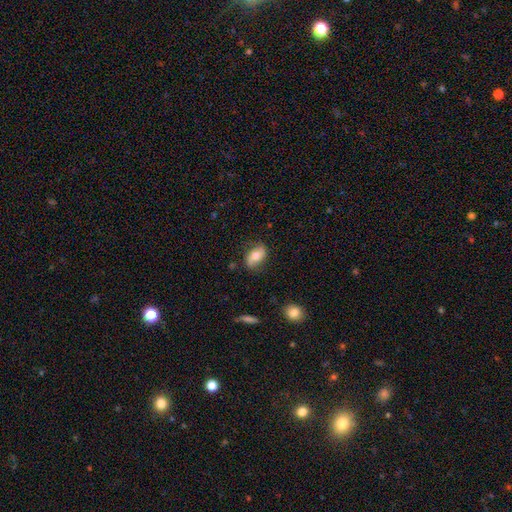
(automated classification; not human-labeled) This appears to be a smooth galaxy with no disk features (63%) that is in between round and cigar-shaped (89%). Merging: none (76%).